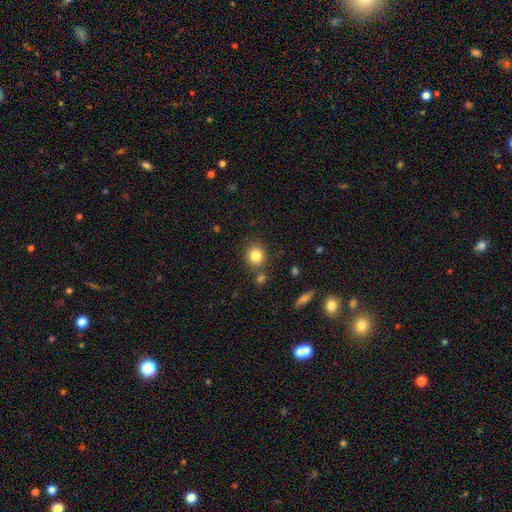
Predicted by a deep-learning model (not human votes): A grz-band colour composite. It shows a smooth galaxy with no disk features (83%) that is round (86%). Merging: none (80%).